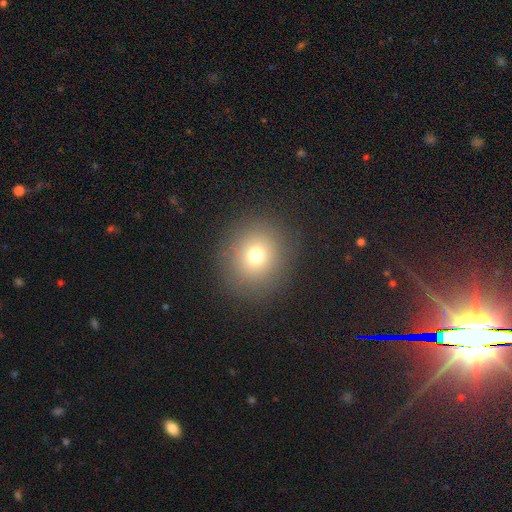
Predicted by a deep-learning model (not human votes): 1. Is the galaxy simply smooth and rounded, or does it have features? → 72% smooth, 16% star or artifact, 12% featured or disk.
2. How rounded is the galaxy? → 88% round, 11% in between, 1% cigar-shaped.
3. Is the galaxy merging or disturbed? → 89% none, 7% minor disturbance, 4% major disturbance, 1% merger.